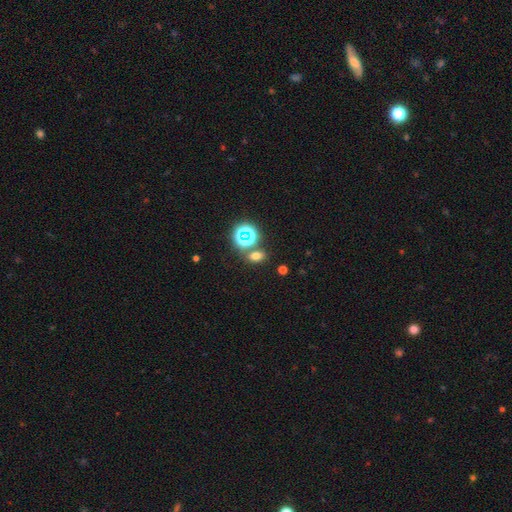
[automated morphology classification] Q: Smooth or featured?
A: smooth (62%); runner-up: star or artifact (29%)
Q: How rounded?
A: in between (68%); runner-up: round (29%)
Q: Merging?
A: none (74%); runner-up: merger (13%)